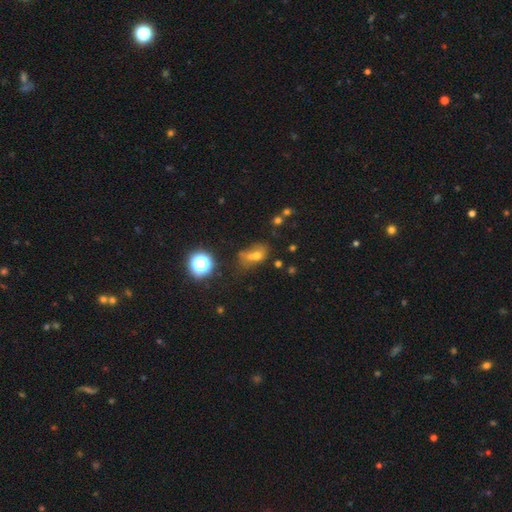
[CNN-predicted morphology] This is possibly a smooth galaxy (59%). How rounded: possibly in between (54%). Merging: marginally merger (41%).